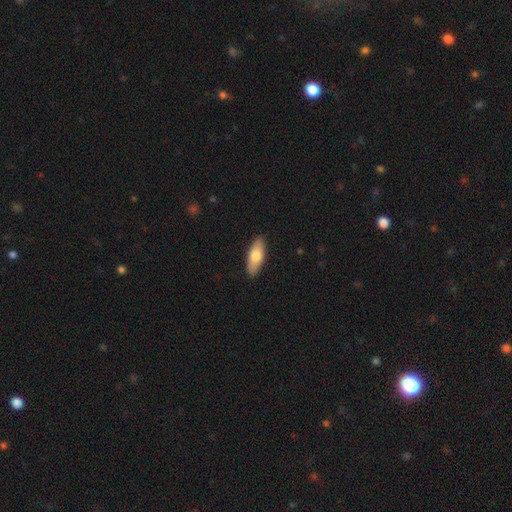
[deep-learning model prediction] Smooth or featured?
  - smooth: 74% *
  - featured or disk: 21%
  - star or artifact: 5%
How rounded?
  - in between: 68% *
  - cigar-shaped: 30%
  - round: 2%
Merging?
  - none: 89% *
  - minor disturbance: 8%
  - major disturbance: 2%
  - merger: 1%